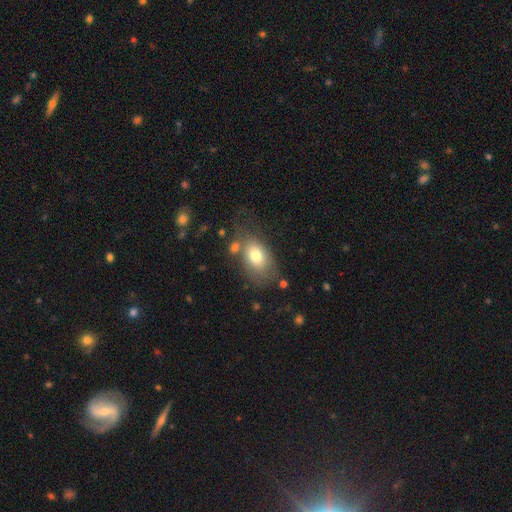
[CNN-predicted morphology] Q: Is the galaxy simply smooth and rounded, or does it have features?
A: smooth — 73%.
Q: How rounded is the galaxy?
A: in between — 85%.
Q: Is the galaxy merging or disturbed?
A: none — 53%.